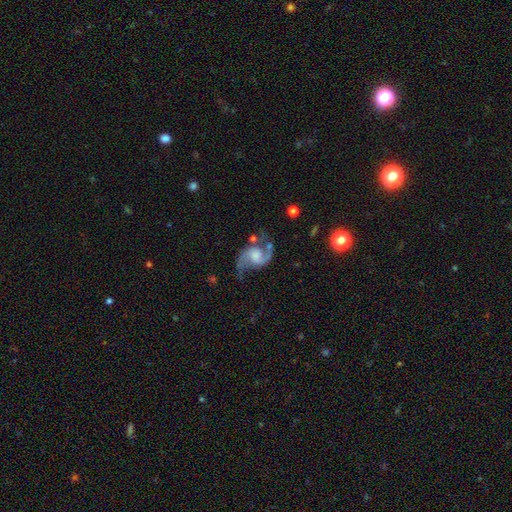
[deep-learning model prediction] This appears to be a featured or disk galaxy (89%) with no bar (53%), 2 (93%) loose (53%) spiral arms (97%) and no central bulge (30%). Merging: none (64%).